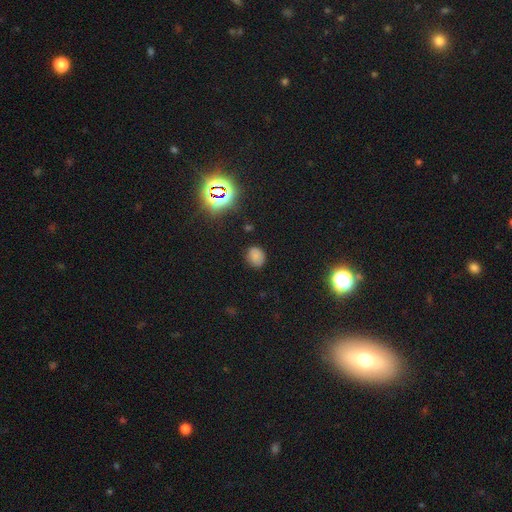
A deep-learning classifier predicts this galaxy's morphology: Smooth or featured?
  - smooth: 76% *
  - star or artifact: 17%
  - featured or disk: 6%
How rounded?
  - round: 60% *
  - in between: 39%
  - cigar-shaped: 1%
Merging?
  - none: 81% *
  - minor disturbance: 15%
  - major disturbance: 3%
  - merger: 1%